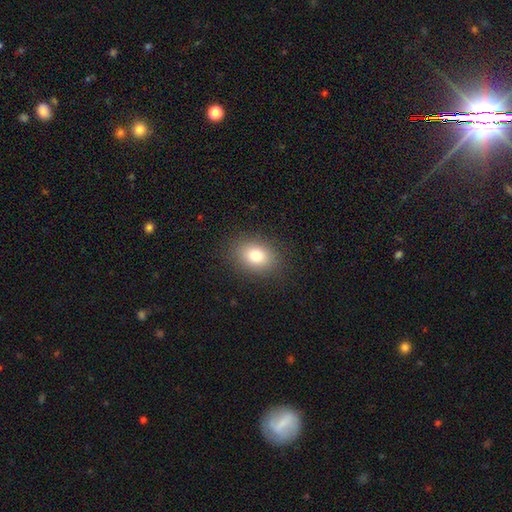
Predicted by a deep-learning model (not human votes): This appears to be a smooth galaxy with no disk features (81%) that is in between round and cigar-shaped (64%). Merging: none (87%).